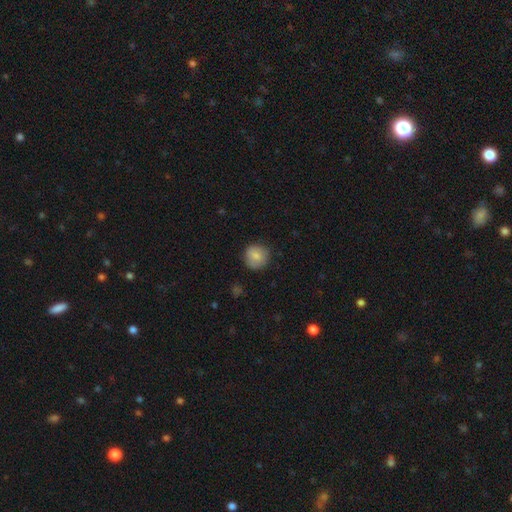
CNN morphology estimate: A smooth galaxy with no disk features (83%) that is round (91%). Merging: none (83%).